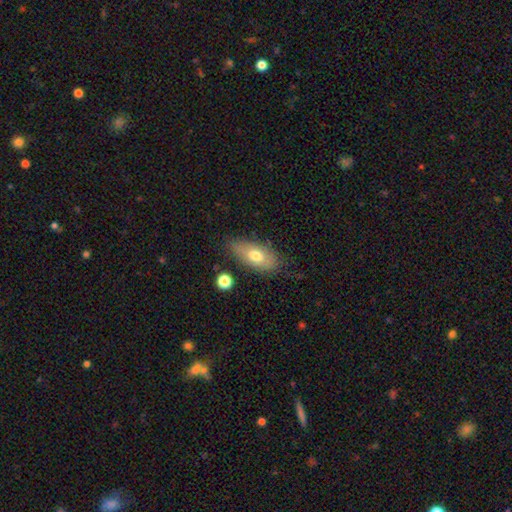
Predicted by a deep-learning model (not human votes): Overall: smooth (67%). How rounded: in between (86%). Merging: none (70%).